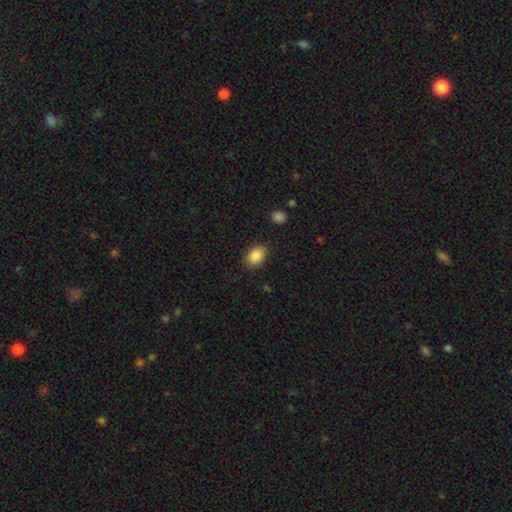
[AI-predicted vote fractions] Smooth or featured?
  - smooth: 87% *
  - star or artifact: 9%
  - featured or disk: 5%
How rounded?
  - in between: 72% *
  - round: 27%
  - cigar-shaped: 1%
Merging?
  - none: 83% *
  - minor disturbance: 12%
  - major disturbance: 3%
  - merger: 2%